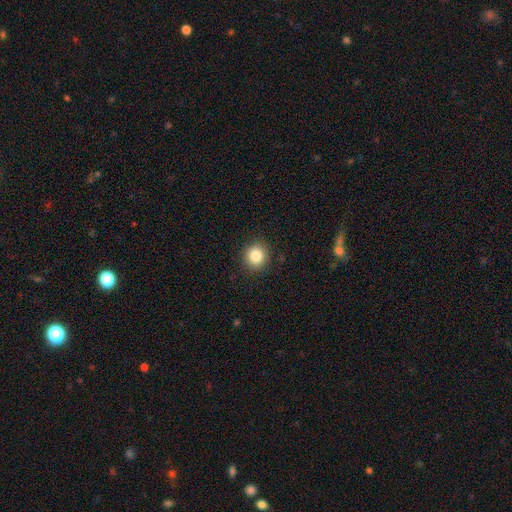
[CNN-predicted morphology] Smooth or featured?
  - smooth: 84% *
  - star or artifact: 11%
  - featured or disk: 6%
How rounded?
  - round: 87% *
  - in between: 12%
  - cigar-shaped: 1%
Merging?
  - none: 90% *
  - minor disturbance: 7%
  - major disturbance: 2%
  - merger: 1%